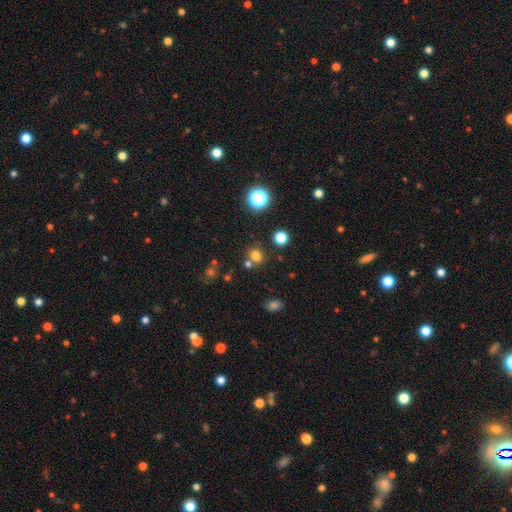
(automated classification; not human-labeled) Morphology: type=smooth (73%); roundness=round (78%); merging=none (70%).